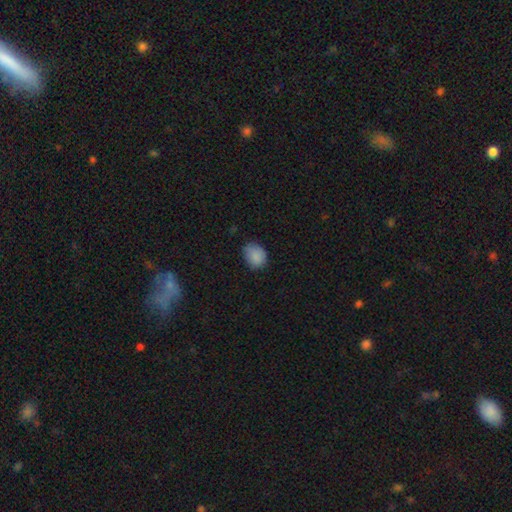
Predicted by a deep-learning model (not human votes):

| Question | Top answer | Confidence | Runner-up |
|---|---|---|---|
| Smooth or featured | smooth | 87% | star or artifact (9%) |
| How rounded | in between | 56% | round (43%) |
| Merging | none | 72% | minor disturbance (23%) |